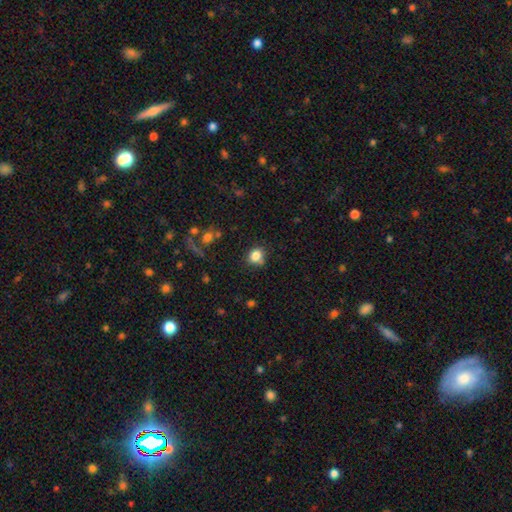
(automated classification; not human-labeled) A smooth galaxy with no disk features (83%) that is round (64%). Merging: none (71%).